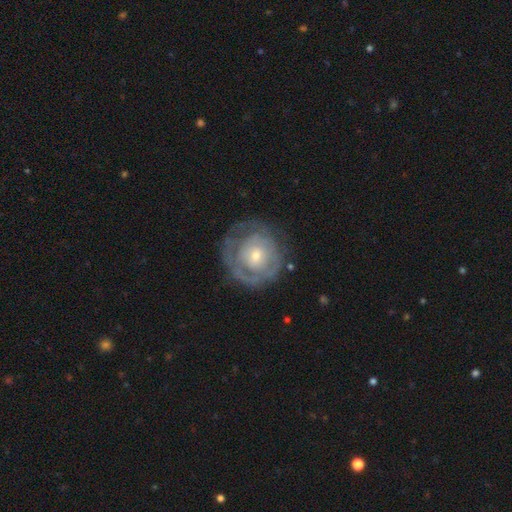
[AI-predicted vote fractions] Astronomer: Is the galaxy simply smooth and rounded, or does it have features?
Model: featured or disk — 69%.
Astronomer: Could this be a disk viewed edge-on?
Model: no — 97%.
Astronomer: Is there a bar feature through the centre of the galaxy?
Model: no — 78%.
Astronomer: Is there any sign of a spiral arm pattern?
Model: yes — 62% (runner-up: no, 38%).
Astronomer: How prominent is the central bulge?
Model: small — 55% (runner-up: moderate, 39%).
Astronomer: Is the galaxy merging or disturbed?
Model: none — 67%.